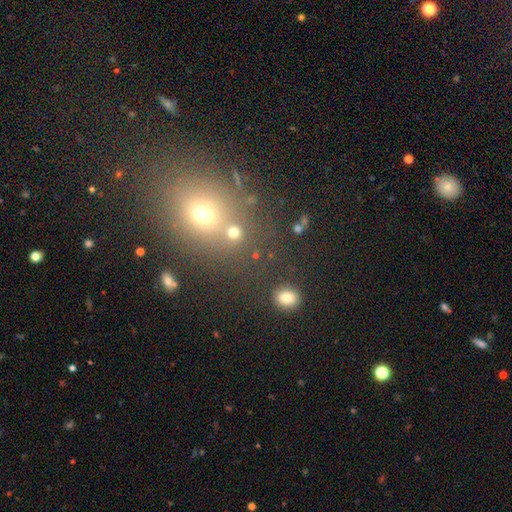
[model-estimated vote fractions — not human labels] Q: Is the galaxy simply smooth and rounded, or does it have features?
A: smooth — 65%.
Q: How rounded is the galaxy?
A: round — 71%.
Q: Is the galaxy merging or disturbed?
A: none — 76%.